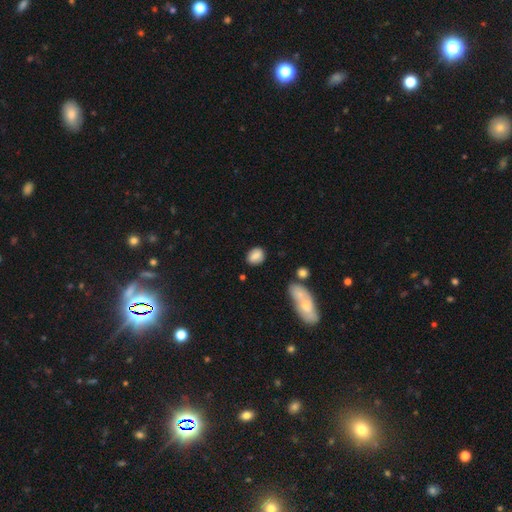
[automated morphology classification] Smooth or featured? Predicted: smooth (p=0.81). How rounded? Predicted: in between (p=0.59). Merging? Predicted: none (p=0.79).